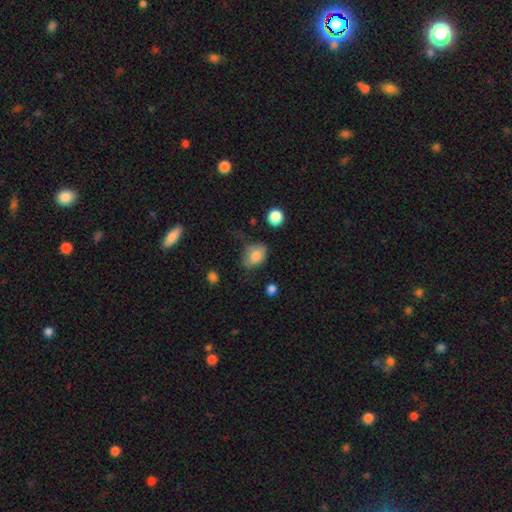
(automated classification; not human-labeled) The model was most divided on "merging": none: 50%, minor disturbance: 33%, major disturbance: 14%, merger: 3%. More confident: smooth or featured — smooth (80%); how rounded — in between (71%).